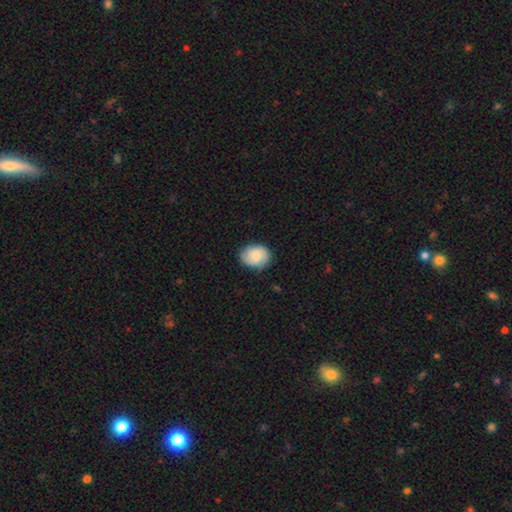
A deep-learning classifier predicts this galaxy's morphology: smooth_or_featured: smooth (p=0.59) [alt: featured or disk p=0.34]
how_rounded: in between (p=0.52) [alt: round p=0.47]
merging: none (p=0.81) [alt: minor disturbance p=0.15]